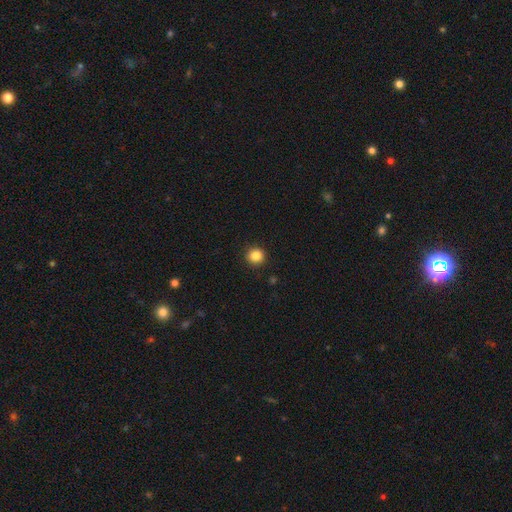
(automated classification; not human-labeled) Smooth or featured? Predicted: smooth (p=0.85). How rounded? Predicted: round (p=0.91). Merging? Predicted: none (p=0.91).